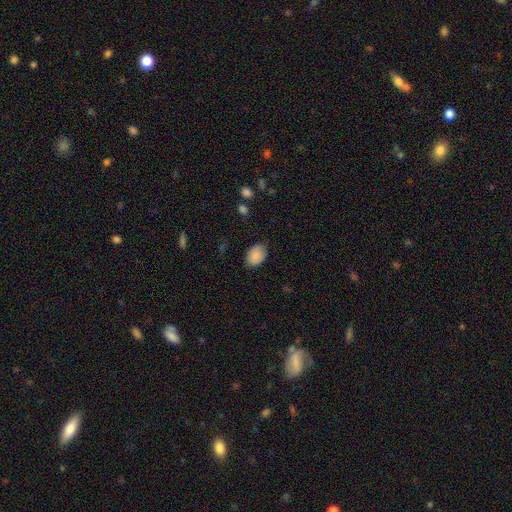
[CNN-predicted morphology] smooth-or-featured: smooth: 86% | star or artifact: 7% | featured or disk: 7%
  how-rounded: in between: 83% | round: 16% | cigar-shaped: 1%
  merging: none: 81% | minor disturbance: 15% | major disturbance: 3% | merger: 1%